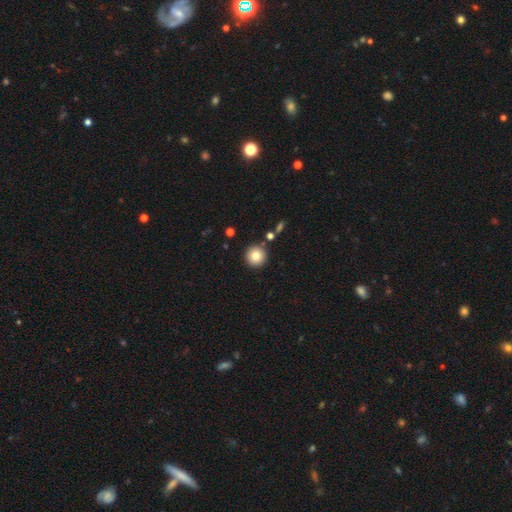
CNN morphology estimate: type=smooth (82%); roundness=round (95%); merging=none (88%).